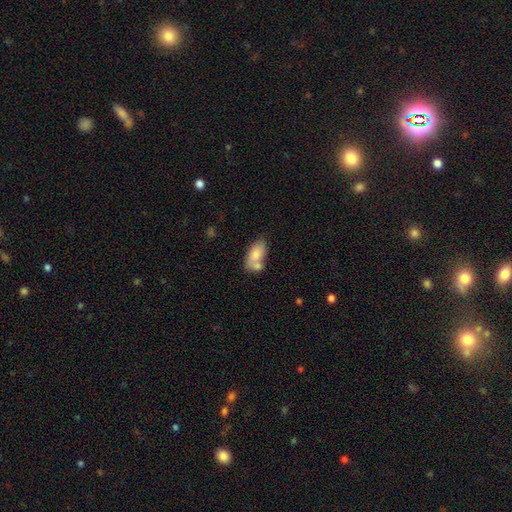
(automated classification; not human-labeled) The model was most divided on "merging": none: 41%, merger: 37%, minor disturbance: 16%, major disturbance: 6%. More confident: how rounded — in between (91%); smooth or featured — smooth (78%).